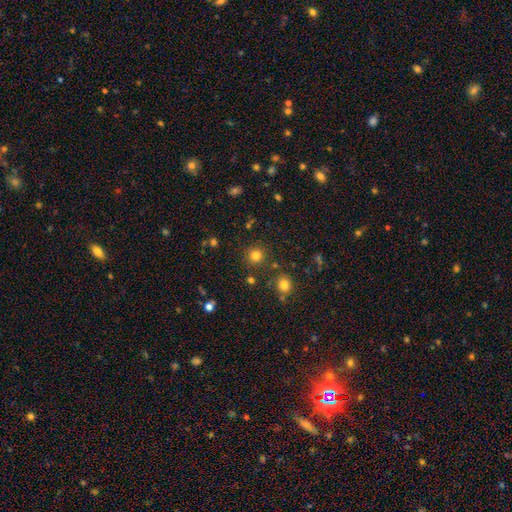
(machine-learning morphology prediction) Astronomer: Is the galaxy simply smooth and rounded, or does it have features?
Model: smooth — 79%.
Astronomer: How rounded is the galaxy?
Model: round — 93%.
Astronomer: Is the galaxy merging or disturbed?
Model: none — 85%.